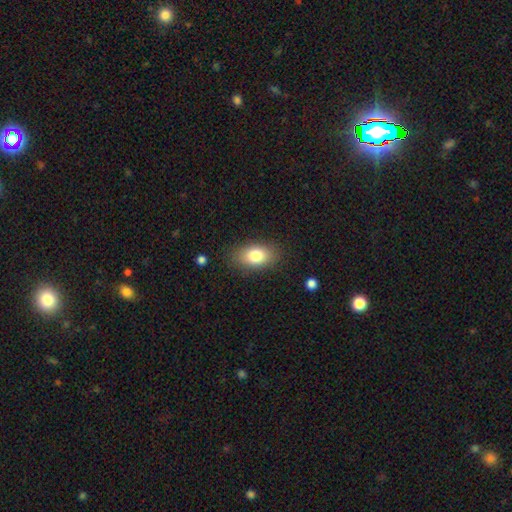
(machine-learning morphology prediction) Overall: smooth (80%). How rounded: in between (87%). Merging: none (85%).